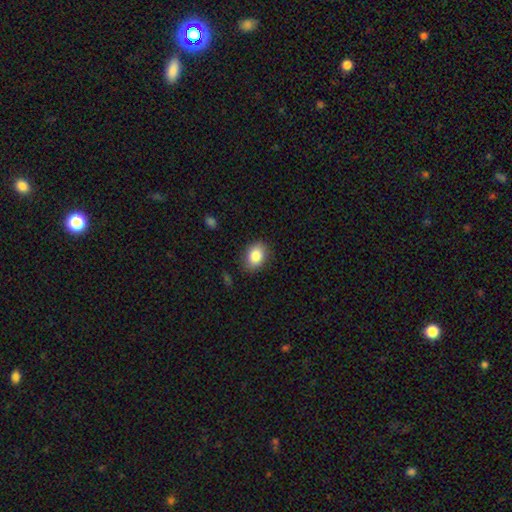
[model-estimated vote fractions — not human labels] Overall: smooth (84%). How rounded: in between (72%). Merging: none (86%).